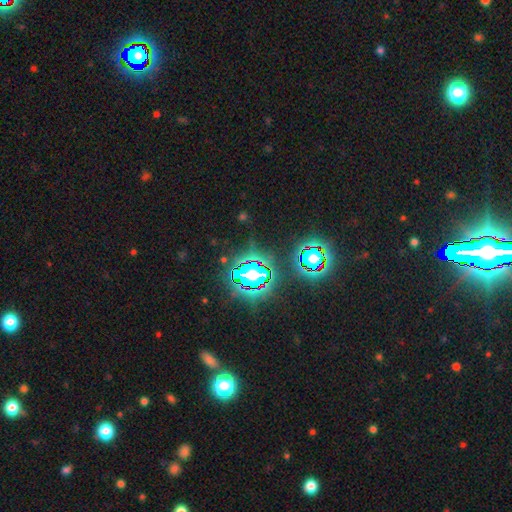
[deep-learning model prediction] smooth-or-featured: star or artifact: 84% | smooth: 9% | featured or disk: 7%